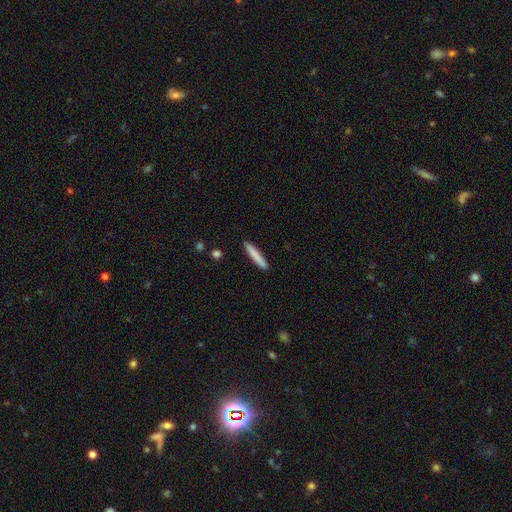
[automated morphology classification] This appears to be a smooth galaxy with no disk features (81%) that is cigar-shaped (94%). Merging: none (91%).